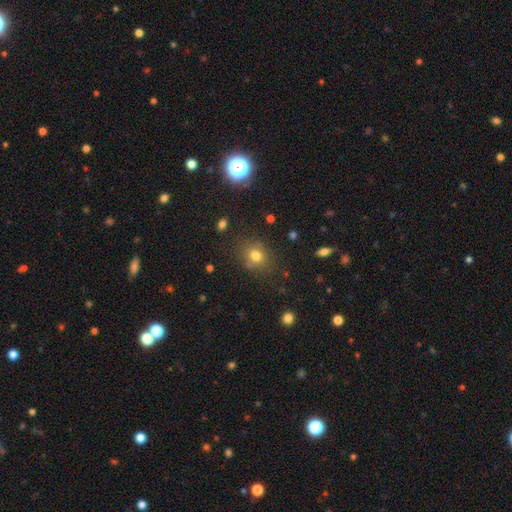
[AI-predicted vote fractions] Smooth or featured? Predicted: smooth (p=0.74). How rounded? Predicted: round (p=0.73). Merging? Predicted: none (p=0.78).